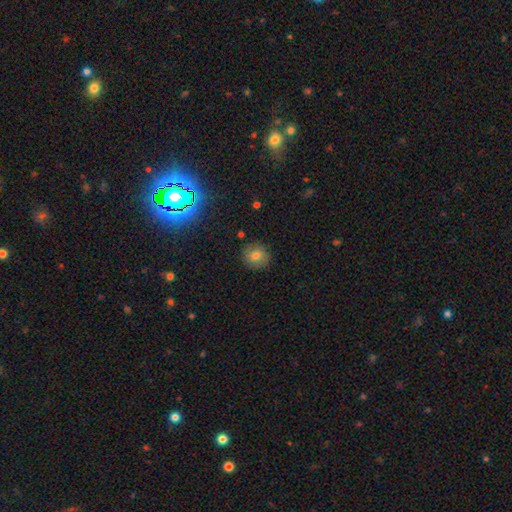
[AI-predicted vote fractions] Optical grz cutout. It shows a smooth galaxy with no disk features (75%) that is round (91%). Merging: none (88%).